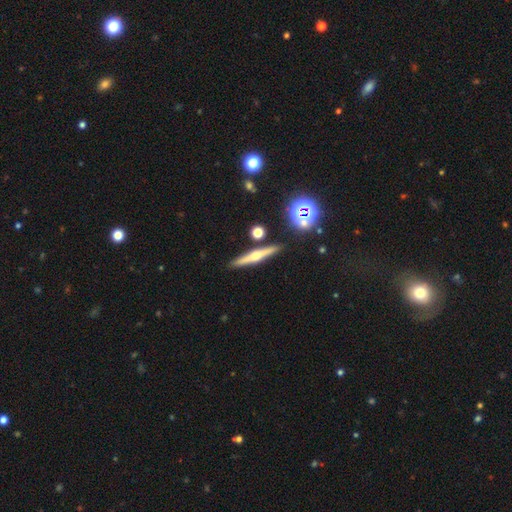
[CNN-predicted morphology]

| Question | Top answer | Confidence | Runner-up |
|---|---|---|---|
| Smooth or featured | featured or disk | 62% | smooth (29%) |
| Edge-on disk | yes | 97% | no (3%) |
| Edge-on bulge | rounded | 88% | none (6%) |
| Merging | none | 88% | minor disturbance (7%) |